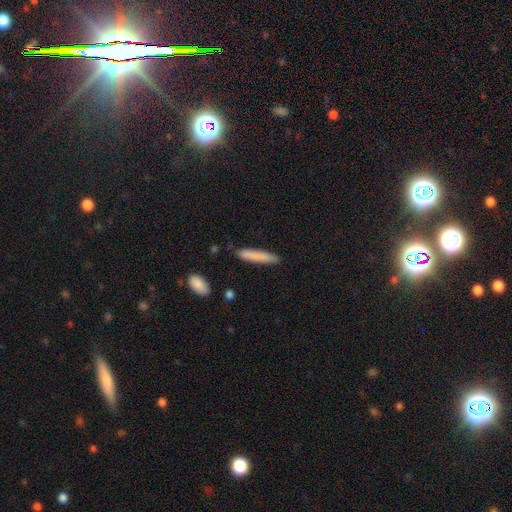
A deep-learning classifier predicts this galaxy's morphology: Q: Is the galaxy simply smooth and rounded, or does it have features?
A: smooth — 81%.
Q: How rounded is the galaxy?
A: cigar-shaped — 92%.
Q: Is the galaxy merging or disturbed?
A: none — 83%.